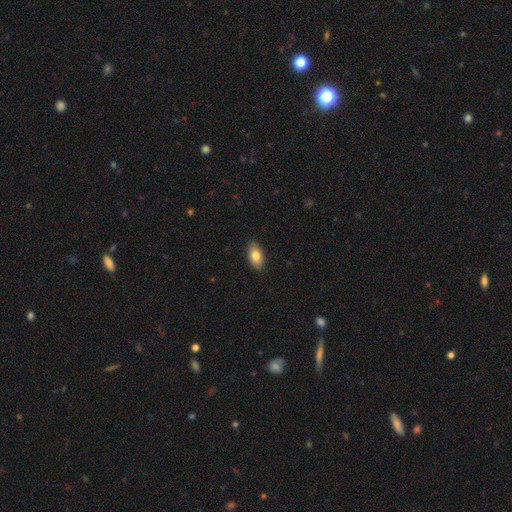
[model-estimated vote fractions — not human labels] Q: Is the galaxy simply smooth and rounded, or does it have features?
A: smooth — 81%.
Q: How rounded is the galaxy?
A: in between — 92%.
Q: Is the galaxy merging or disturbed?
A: none — 88%.